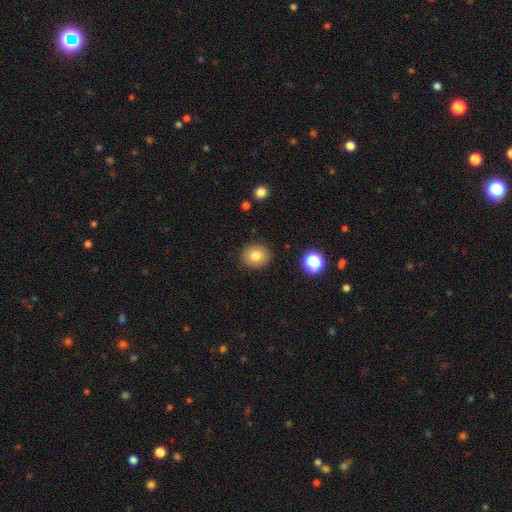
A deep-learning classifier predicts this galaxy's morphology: The model was most divided on "how rounded": round: 80%, in between: 19%, cigar-shaped: 1%. More confident: merging — none (88%); smooth or featured — smooth (81%).